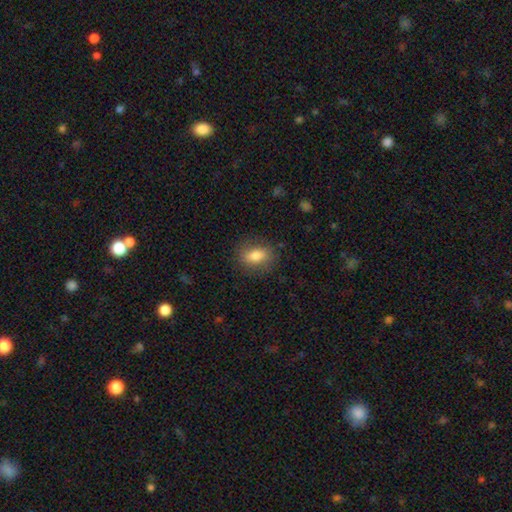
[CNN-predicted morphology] A smooth galaxy with no disk features (80%) that is in between round and cigar-shaped (75%). Merging: none (82%).